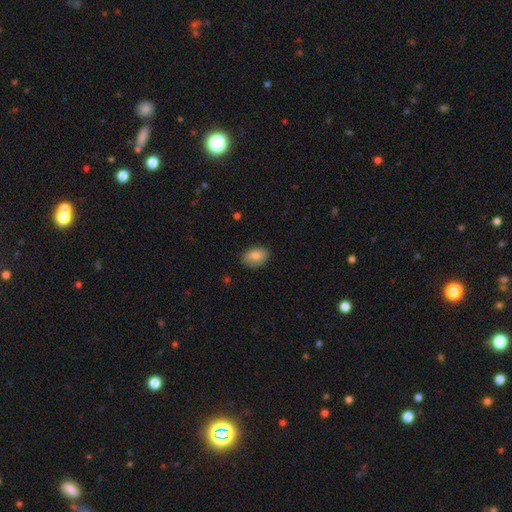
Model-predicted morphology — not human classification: Smooth or featured? smooth (83%)
How rounded? in between (83%)
Merging? none (78%)